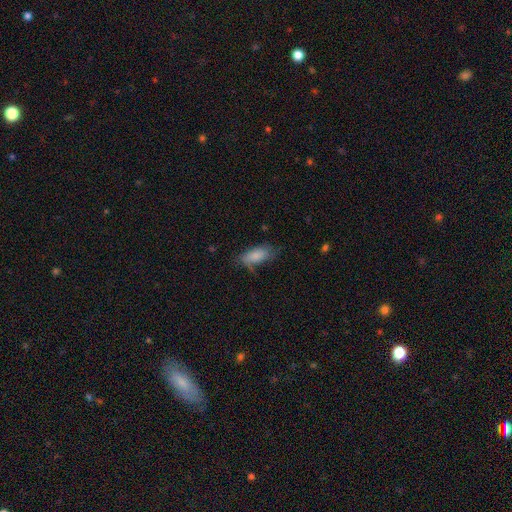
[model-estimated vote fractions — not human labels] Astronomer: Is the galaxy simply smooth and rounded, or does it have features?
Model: smooth — 80%.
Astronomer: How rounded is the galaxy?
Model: in between — 87%.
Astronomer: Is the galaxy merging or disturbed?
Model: none — 56%.